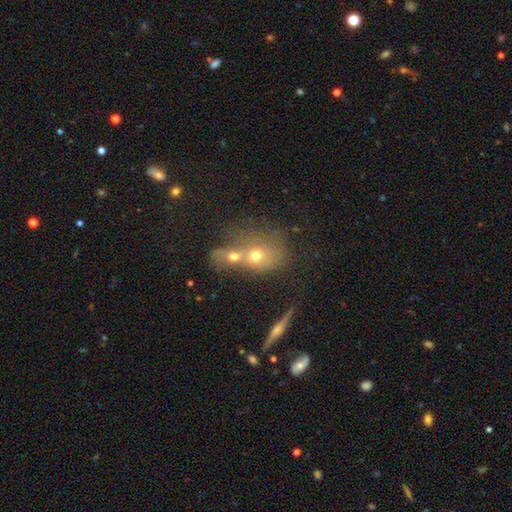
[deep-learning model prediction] Smooth or featured? Predicted: smooth (p=0.56). How rounded? Predicted: round (p=0.61). Merging? Predicted: merger (p=0.70).